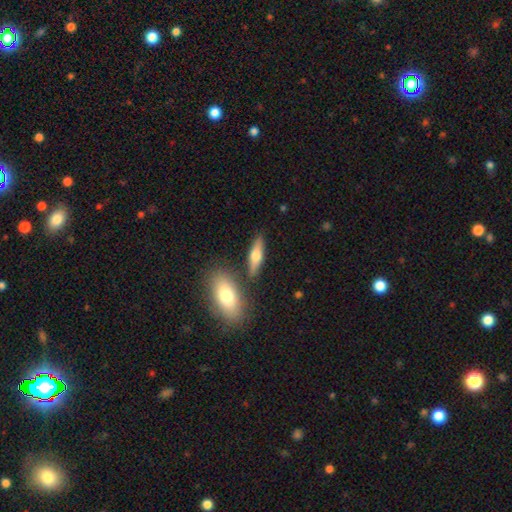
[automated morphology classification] Smooth or featured? smooth (52%)
How rounded? cigar-shaped (54%)
Merging? none (80%)